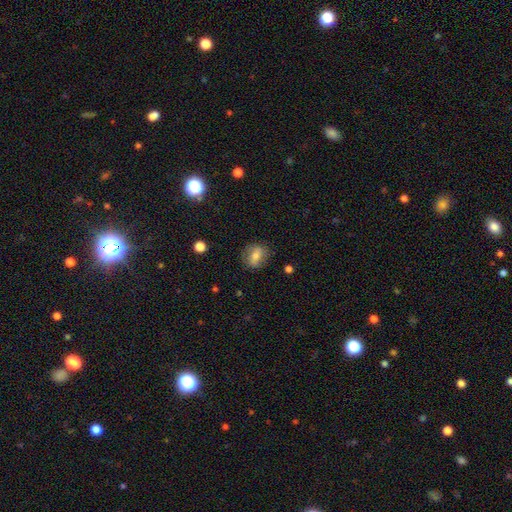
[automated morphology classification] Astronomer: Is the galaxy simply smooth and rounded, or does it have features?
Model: smooth — 66%.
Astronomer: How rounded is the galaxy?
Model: round — 49%, tied with in between at 49%.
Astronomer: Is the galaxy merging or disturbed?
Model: none — 77%.